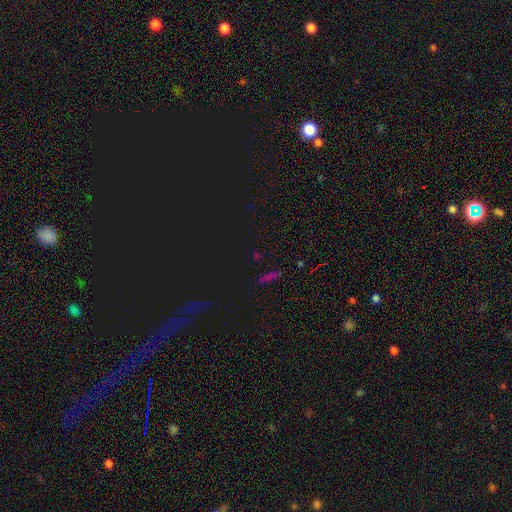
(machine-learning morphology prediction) A star or artifact, not a galaxy (74%).

Vote fractions:
- Smooth or featured? star or artifact: 74% / smooth: 19% / featured or disk: 7%